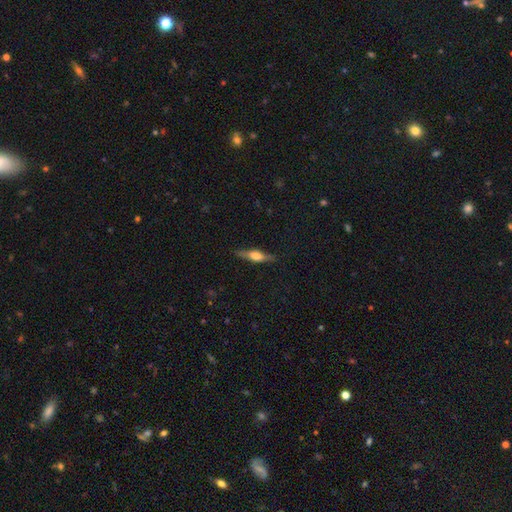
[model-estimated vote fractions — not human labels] This appears to be a featured or disk galaxy (54%) viewed edge-on (94%) with a rounded central bulge (86%). Merging: none (84%).